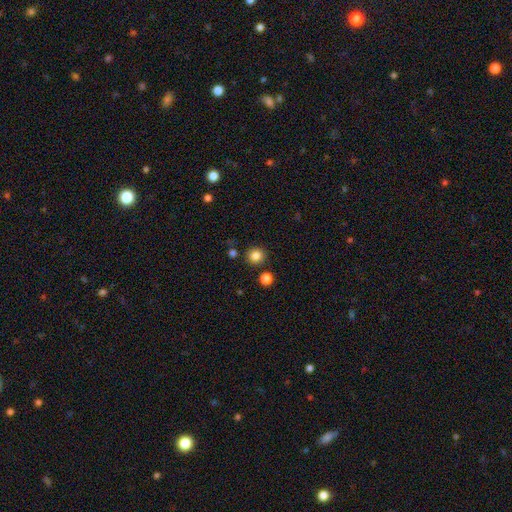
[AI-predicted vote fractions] Overall: smooth (83%). How rounded: round (91%). Merging: none (86%).